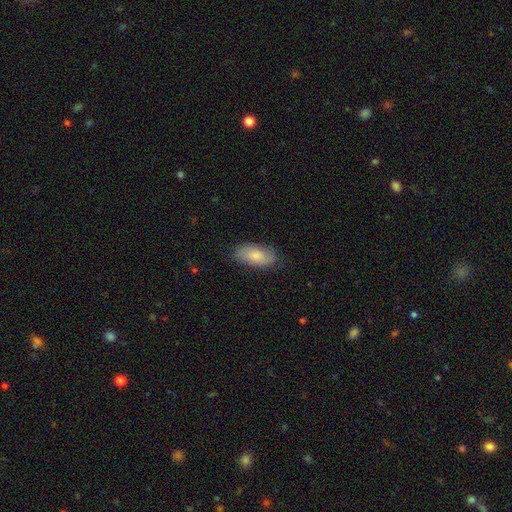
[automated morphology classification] smooth_or_featured: smooth (p=0.77) [alt: featured or disk p=0.17]
how_rounded: in between (p=0.93) [alt: cigar-shaped p=0.04]
merging: none (p=0.78) [alt: minor disturbance p=0.17]